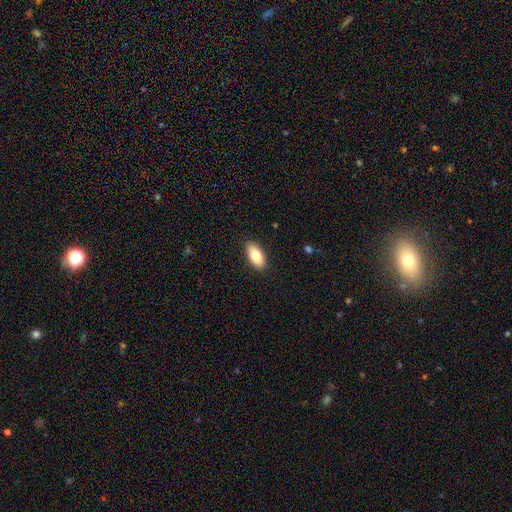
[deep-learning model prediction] This is likely a smooth galaxy (79%). How rounded: clearly in between (89%). Merging: clearly none (89%).